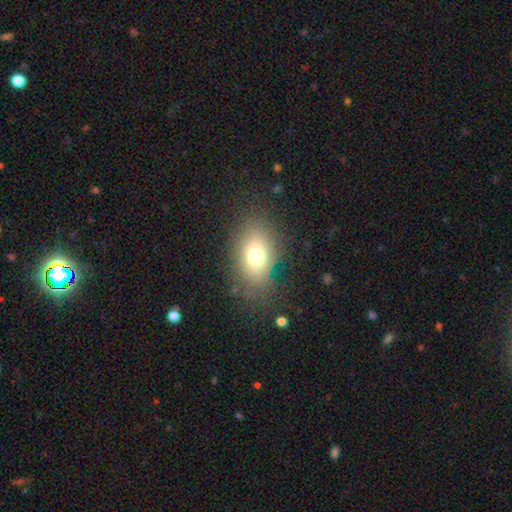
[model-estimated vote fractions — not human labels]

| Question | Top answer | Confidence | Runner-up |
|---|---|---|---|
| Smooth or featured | smooth | 72% | featured or disk (15%) |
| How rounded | in between | 78% | round (20%) |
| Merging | none | 77% | minor disturbance (14%) |